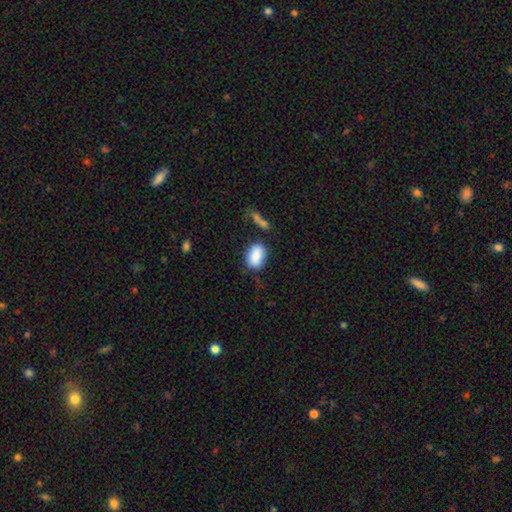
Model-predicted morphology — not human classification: Smooth or featured? Predicted: smooth (p=0.88). How rounded? Predicted: in between (p=0.85). Merging? Predicted: none (p=0.69).